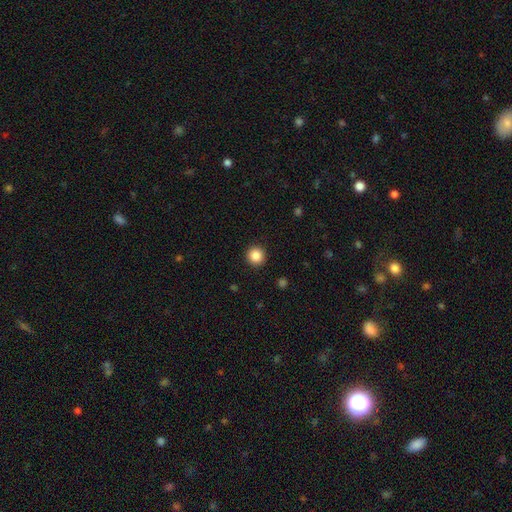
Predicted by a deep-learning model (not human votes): Overall: smooth (86%). How rounded: round (95%). Merging: none (93%).